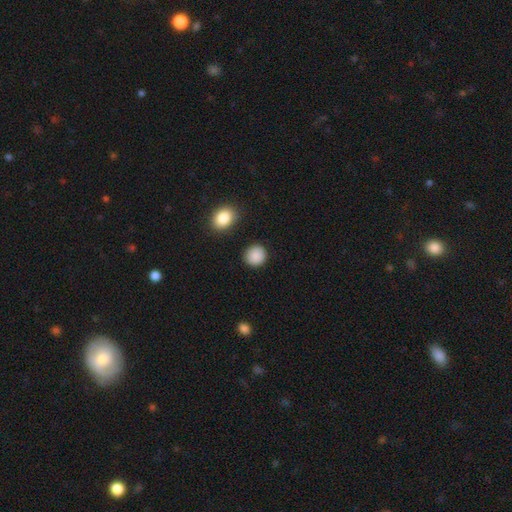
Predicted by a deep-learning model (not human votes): Q: Smooth or featured?
A: smooth (89%); runner-up: star or artifact (8%)
Q: How rounded?
A: round (87%); runner-up: in between (12%)
Q: Merging?
A: none (89%); runner-up: minor disturbance (7%)